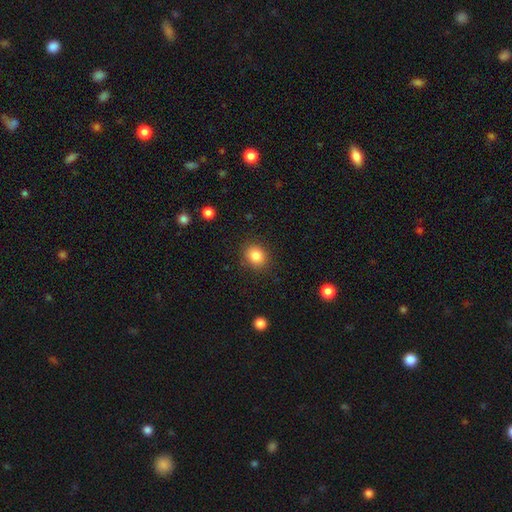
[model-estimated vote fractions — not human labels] The model was most divided on "how rounded": round: 74%, in between: 25%, cigar-shaped: 1%. More confident: merging — none (88%); smooth or featured — smooth (83%).